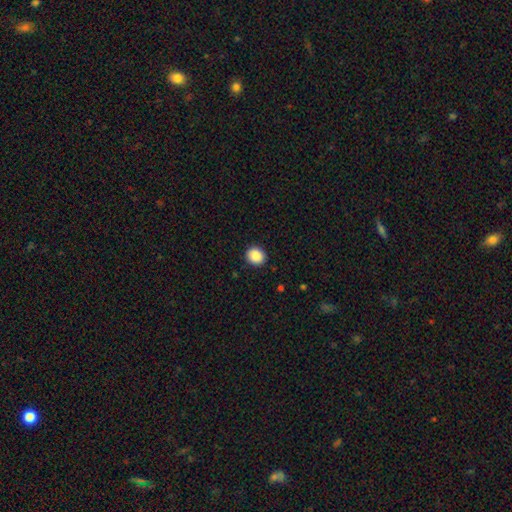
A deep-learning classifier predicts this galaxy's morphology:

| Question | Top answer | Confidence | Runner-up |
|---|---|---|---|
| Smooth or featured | smooth | 88% | star or artifact (9%) |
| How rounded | round | 81% | in between (18%) |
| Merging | none | 90% | minor disturbance (7%) |